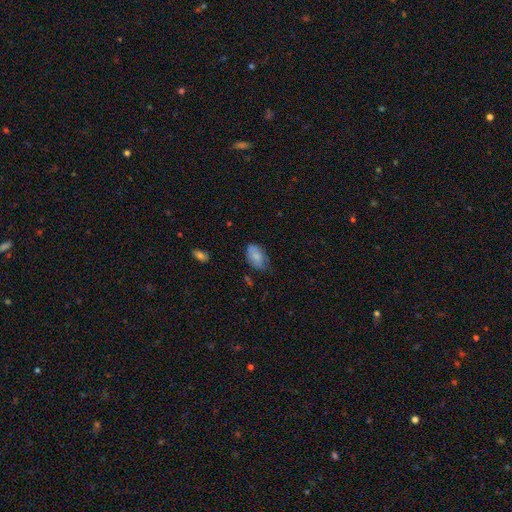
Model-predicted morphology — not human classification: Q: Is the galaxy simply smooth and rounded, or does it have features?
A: smooth — 79%.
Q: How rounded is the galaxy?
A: in between — 92%.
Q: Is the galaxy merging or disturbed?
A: none — 55%.